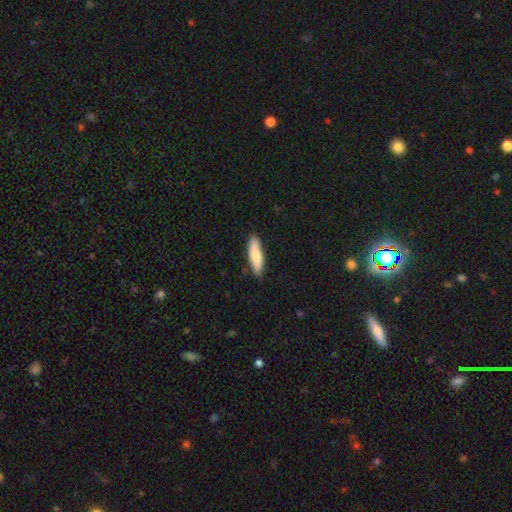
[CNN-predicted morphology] smooth-or-featured: smooth: 76% | featured or disk: 18% | star or artifact: 5%
  how-rounded: cigar-shaped: 61% | in between: 38% | round: 2%
  merging: none: 86% | minor disturbance: 11% | major disturbance: 2% | merger: 1%